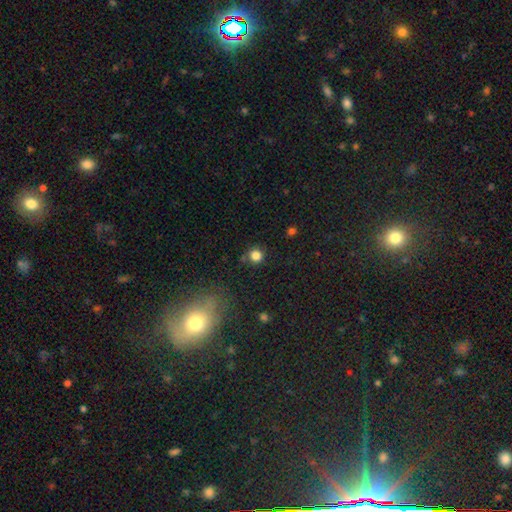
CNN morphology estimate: Smooth or featured: smooth — 82% (star or artifact — 14%)
How rounded: round — 93% (in between — 6%)
Merging: none — 85% (minor disturbance — 9%)